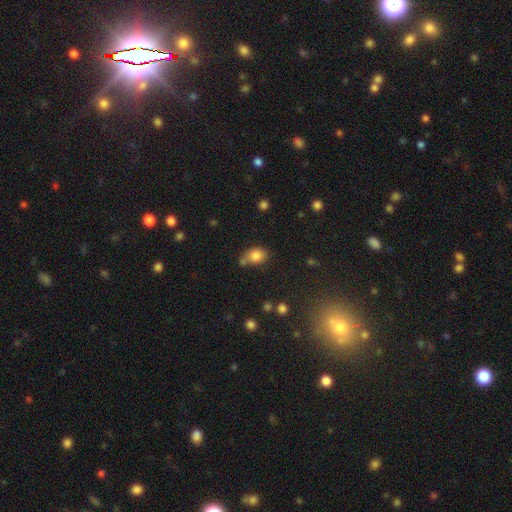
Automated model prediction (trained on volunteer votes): Overall: smooth (81%). How rounded: in between (61%; round 38%). Merging: none (51%; merger 22%).